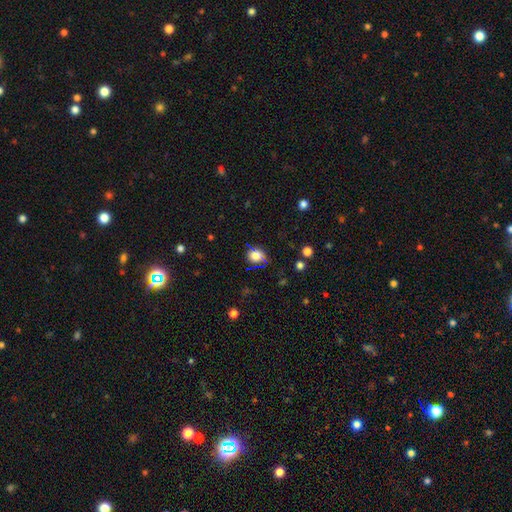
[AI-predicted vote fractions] This is likely a smooth galaxy (72%). How rounded: likely round (71%). Merging: likely none (75%).